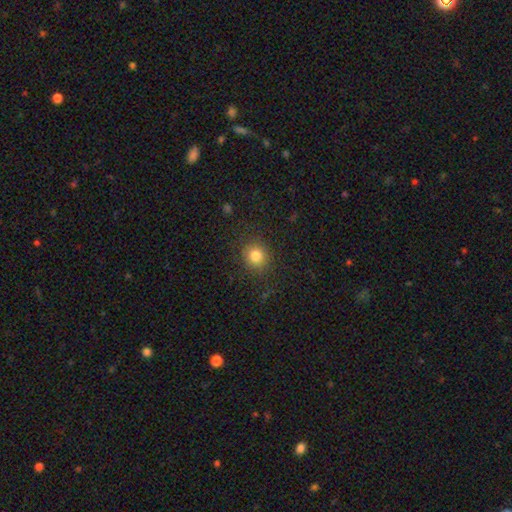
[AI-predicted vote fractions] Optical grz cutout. It shows a smooth galaxy with no disk features (81%) that is round (86%). Merging: none (87%).